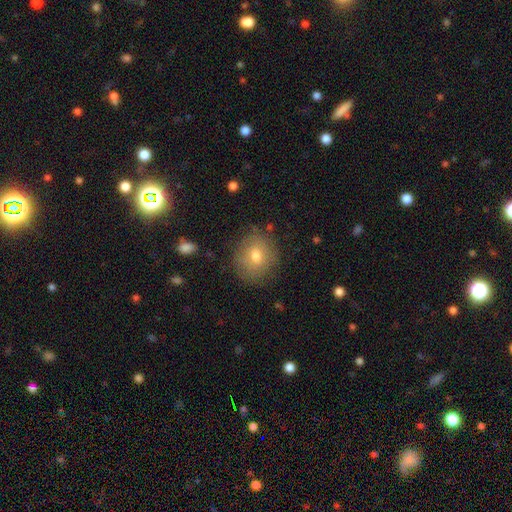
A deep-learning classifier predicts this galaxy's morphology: A smooth galaxy with no disk features (70%) that is round (69%).

Vote fractions:
- Smooth or featured? smooth: 70% / featured or disk: 20% / star or artifact: 10%
- How rounded? round: 69% / in between: 30% / cigar-shaped: 1%
- Merging? none: 79% / minor disturbance: 15% / major disturbance: 4% / merger: 2%